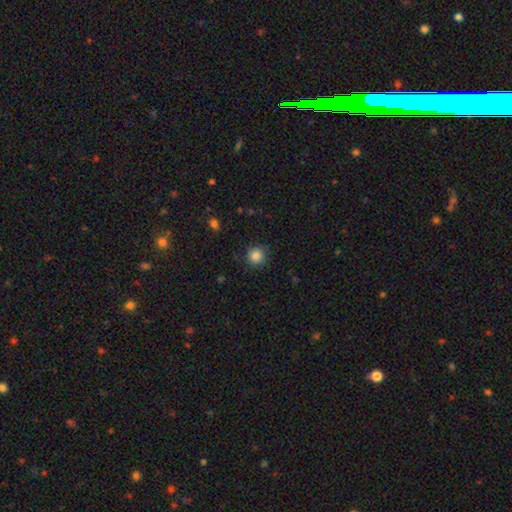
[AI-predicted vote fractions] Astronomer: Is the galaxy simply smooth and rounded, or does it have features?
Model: smooth — 86%.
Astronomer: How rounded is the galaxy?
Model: round — 94%.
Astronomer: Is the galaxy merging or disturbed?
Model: none — 87%.